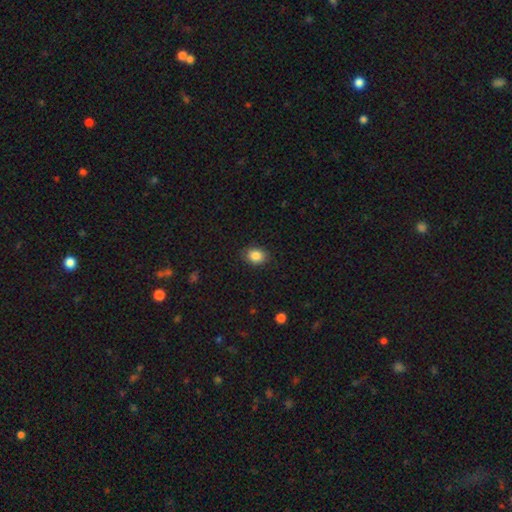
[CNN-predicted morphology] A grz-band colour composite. It shows a smooth galaxy with no disk features (86%) that is in between round and cigar-shaped (59%). Merging: none (88%).